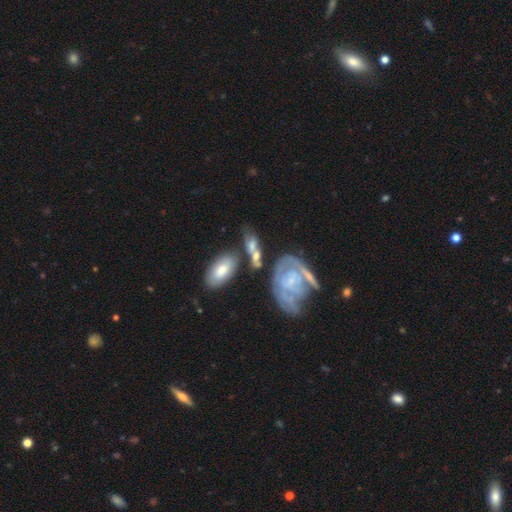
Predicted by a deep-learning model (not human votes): Smooth or featured? Predicted: smooth (p=0.47). Merging? Predicted: none (p=0.44).